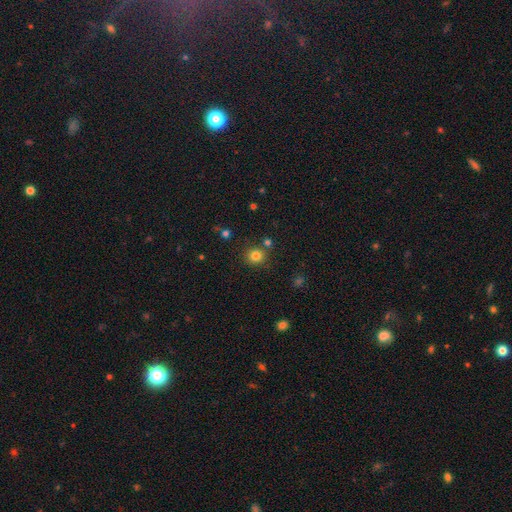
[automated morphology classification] Overall: smooth (81%). How rounded: round (86%). Merging: none (81%).